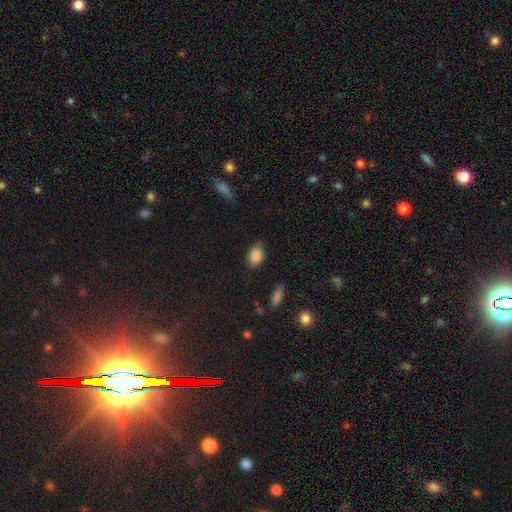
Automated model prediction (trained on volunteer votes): smooth 85%, star or artifact 8%, featured or disk 7%. Down the decision tree: how rounded — in between (88%); merging — none (78%).